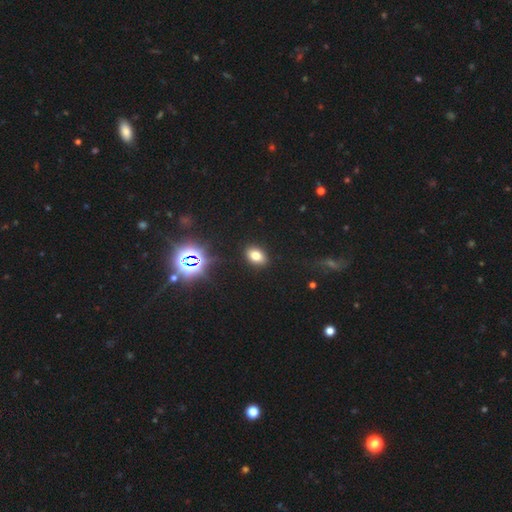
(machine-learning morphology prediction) Q: Smooth or featured?
A: smooth (73%); runner-up: star or artifact (19%)
Q: How rounded?
A: in between (80%); runner-up: round (19%)
Q: Merging?
A: none (89%); runner-up: minor disturbance (7%)